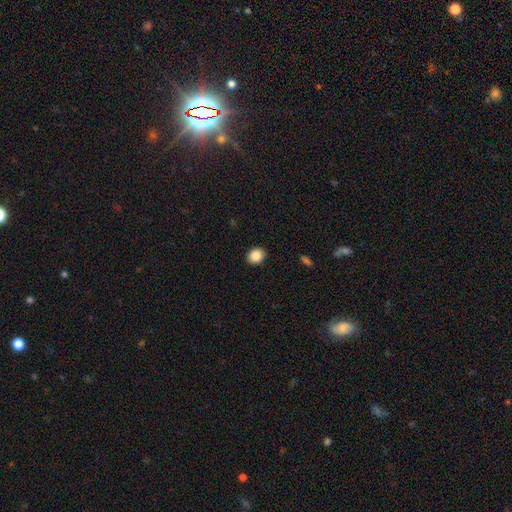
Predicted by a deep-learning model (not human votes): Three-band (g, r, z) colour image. It shows a smooth galaxy with no disk features (88%) that is round (64%). Merging: none (91%).